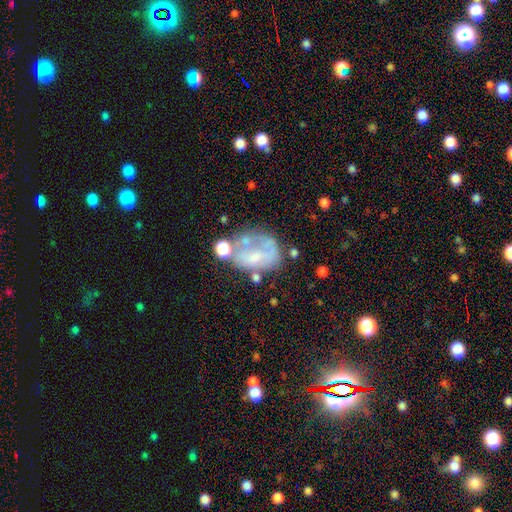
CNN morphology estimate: The model was most divided on "merging": none: 34%, major disturbance: 27%, minor disturbance: 23%, merger: 16%. More confident: edge-on disk — no (97%); smooth or featured — featured or disk (51%).